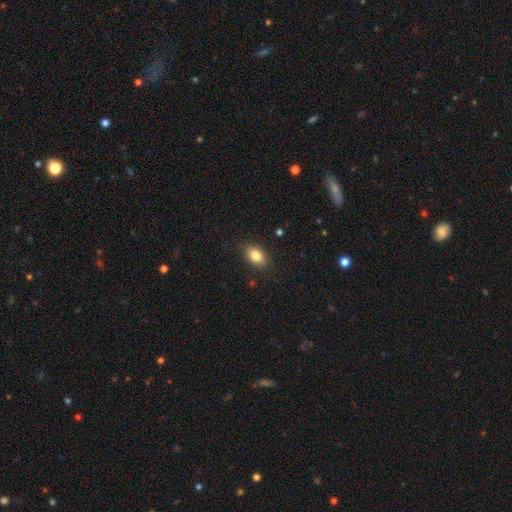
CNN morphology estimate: Smooth or featured?
  - smooth: 83% *
  - featured or disk: 9%
  - star or artifact: 8%
How rounded?
  - in between: 87% *
  - round: 10%
  - cigar-shaped: 2%
Merging?
  - none: 87% *
  - minor disturbance: 10%
  - major disturbance: 2%
  - merger: 1%